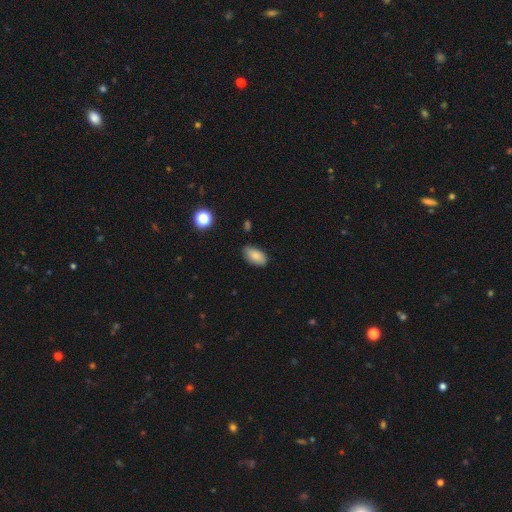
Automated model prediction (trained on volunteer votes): Overall: smooth (84%). How rounded: in between (94%). Merging: none (79%).